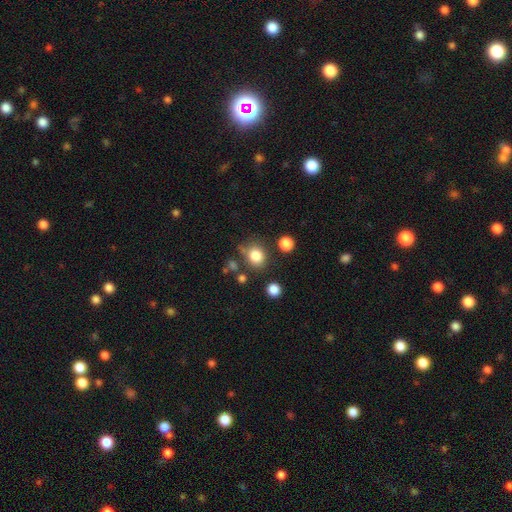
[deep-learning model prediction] Morphology: type=smooth (82%); roundness=round (73%); merging=none (73%).